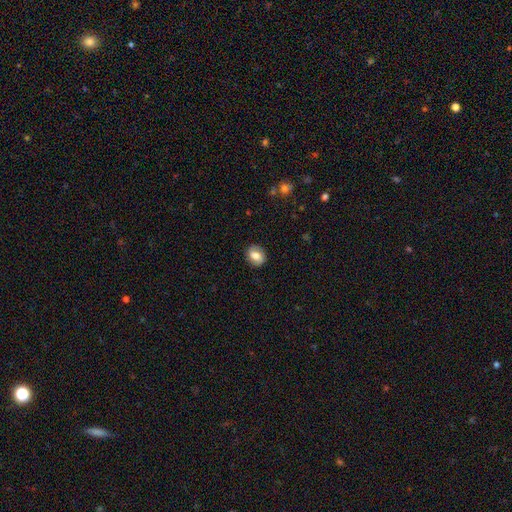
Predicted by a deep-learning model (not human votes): The model was most divided on "how rounded": round: 52%, in between: 47%, cigar-shaped: 1%. More confident: merging — none (85%); smooth or featured — smooth (72%).